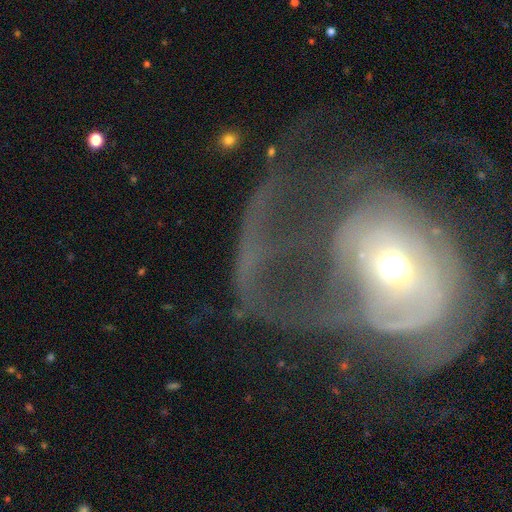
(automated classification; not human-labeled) smooth_or_featured: featured or disk (p=0.63) [alt: smooth p=0.23]
disk_edge_on: no (p=0.94) [alt: yes p=0.06]
bar: no (p=0.72) [alt: weak p=0.15]
has_spiral_arms: no (p=0.55) [alt: yes p=0.45]
bulge_size: moderate (p=0.66) [alt: small p=0.18]
merging: major disturbance (p=0.60) [alt: none p=0.21]